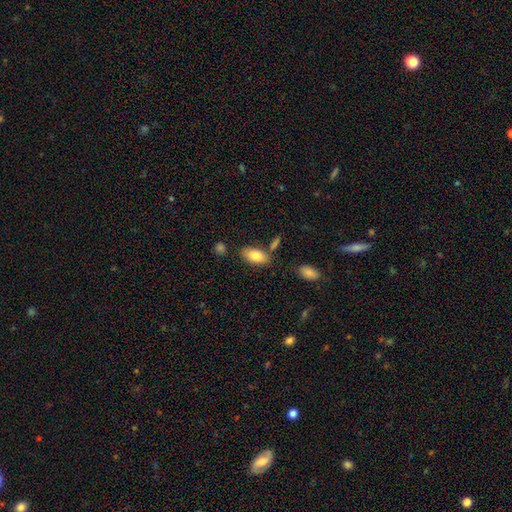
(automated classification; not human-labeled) Smooth or featured? smooth (80%)
How rounded? in between (92%)
Merging? none (75%)